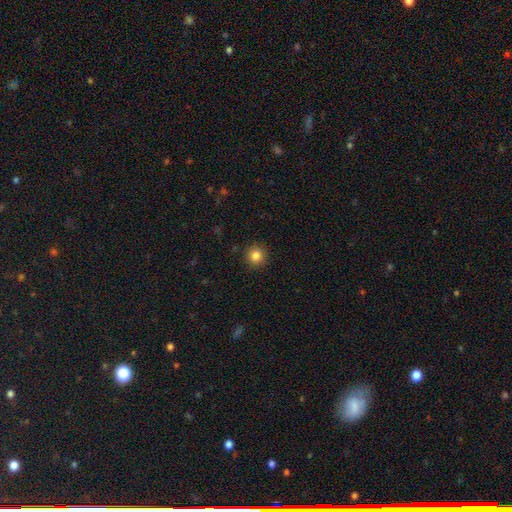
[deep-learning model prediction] smooth 84%, star or artifact 11%, featured or disk 5%. Down the decision tree: how rounded — round (94%); merging — none (92%).